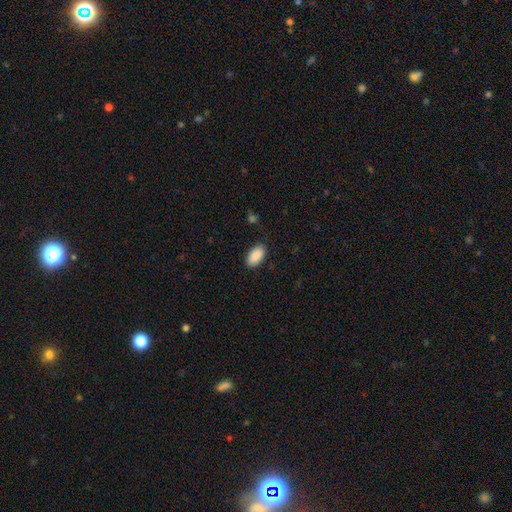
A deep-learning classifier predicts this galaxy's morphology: smooth_or_featured: smooth (p=0.90) [alt: star or artifact p=0.06]
how_rounded: in between (p=0.95) [alt: round p=0.03]
merging: none (p=0.86) [alt: minor disturbance p=0.10]